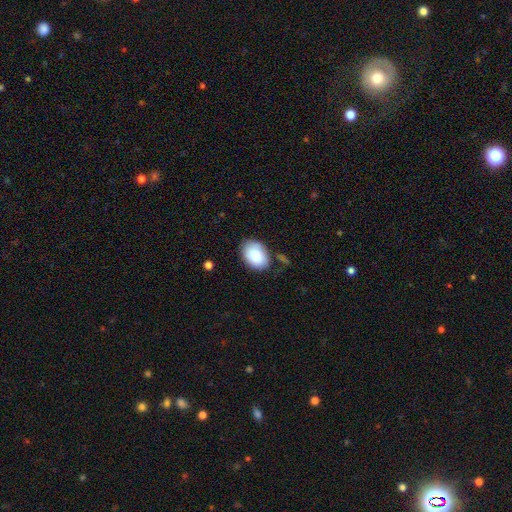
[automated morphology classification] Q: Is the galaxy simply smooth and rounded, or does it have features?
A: smooth — 83%.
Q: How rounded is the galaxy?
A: in between — 83%.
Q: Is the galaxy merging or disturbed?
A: none — 72%.